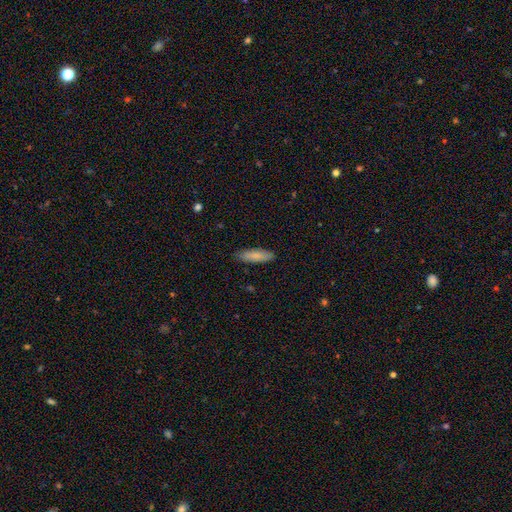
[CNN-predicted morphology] Smooth or featured? smooth (84%)
How rounded? cigar-shaped (62%)
Merging? none (86%)